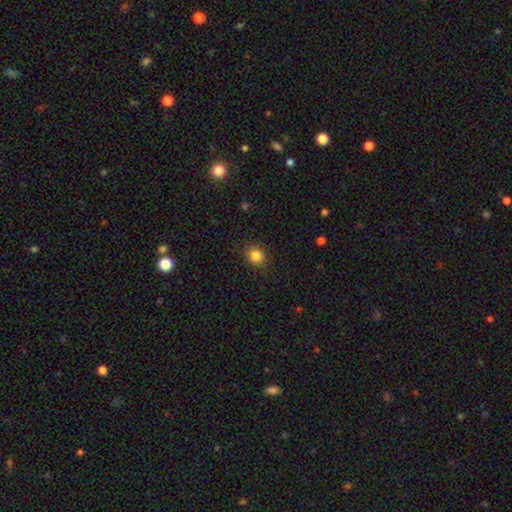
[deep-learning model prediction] This appears to be a smooth galaxy with no disk features (84%) that is round (83%). Merging: none (88%).